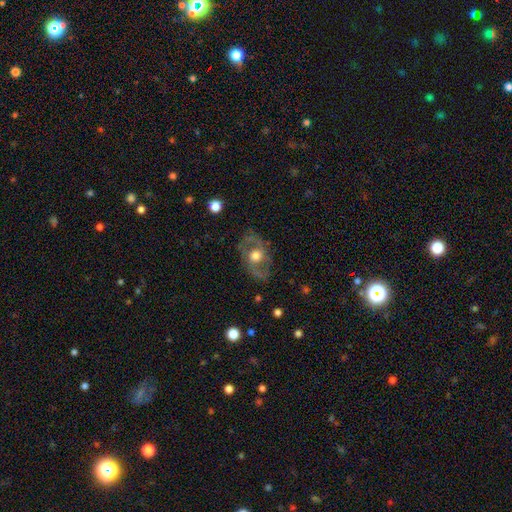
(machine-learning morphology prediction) Smooth or featured: featured or disk — 67% (smooth — 26%)
Edge-on disk: no — 93% (yes — 7%)
Bar: no — 75% (weak — 20%)
Spiral arms: yes — 55% (no — 45%)
Bulge size: moderate — 57% (large — 33%)
Merging: none — 74% (minor disturbance — 15%)